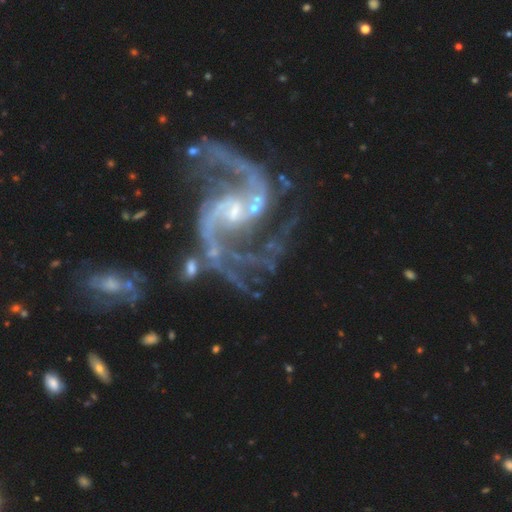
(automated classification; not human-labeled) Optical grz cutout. It shows a featured or disk galaxy (93%) with a weak bar (45%), 2 (77%) medium (47%) spiral arms (98%) and a small central bulge (66%). Merging: none (51%).